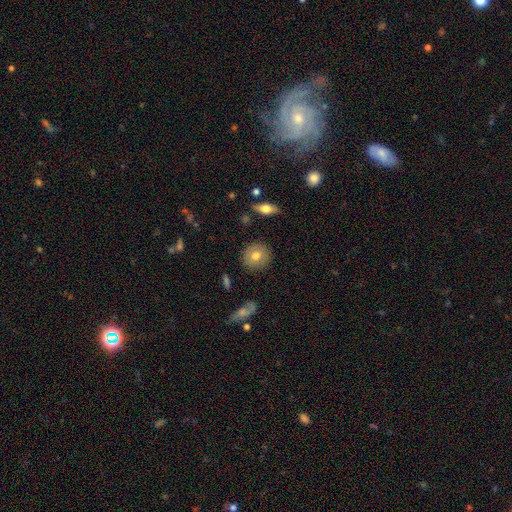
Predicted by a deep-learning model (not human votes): smooth 72%, featured or disk 20%, star or artifact 8%. Down the decision tree: how rounded — round (86%); merging — none (88%).